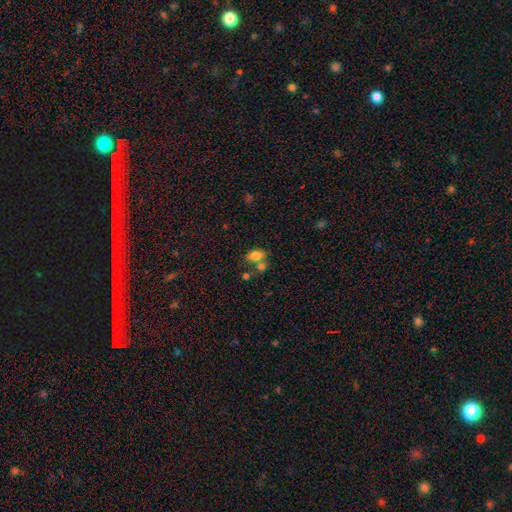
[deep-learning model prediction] Smooth or featured: smooth — 80% (featured or disk — 10%)
How rounded: in between — 85% (round — 13%)
Merging: none — 52% (merger — 28%)